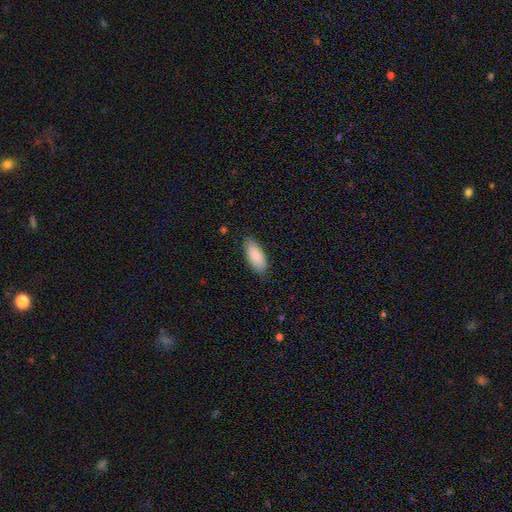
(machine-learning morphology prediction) smooth 85%, featured or disk 9%, star or artifact 6%. Down the decision tree: how rounded — in between (84%); merging — none (84%).